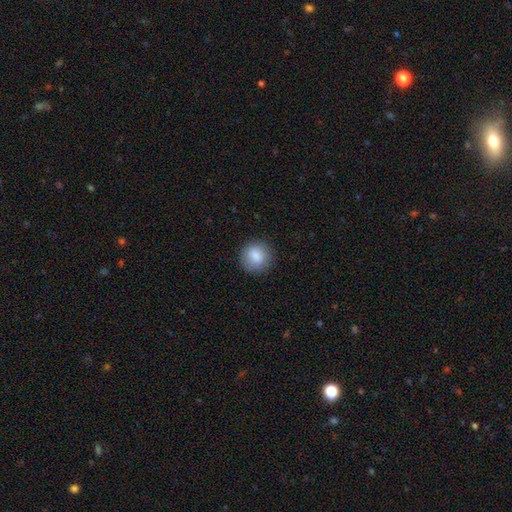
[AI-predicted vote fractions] This is clearly a smooth galaxy (85%). How rounded: clearly round (90%). Merging: clearly none (87%).